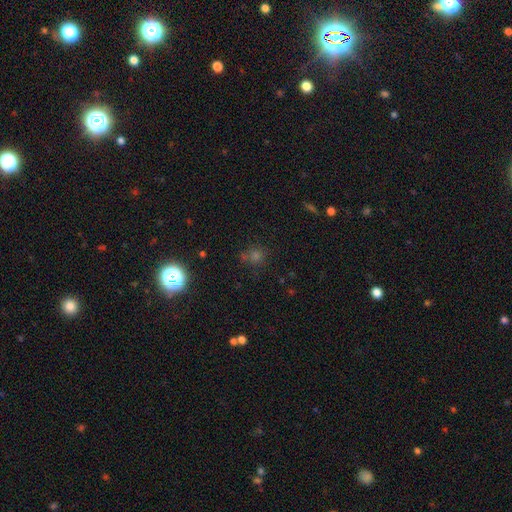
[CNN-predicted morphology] A smooth galaxy with no disk features (53%) that is round (89%). Merging: none (75%).